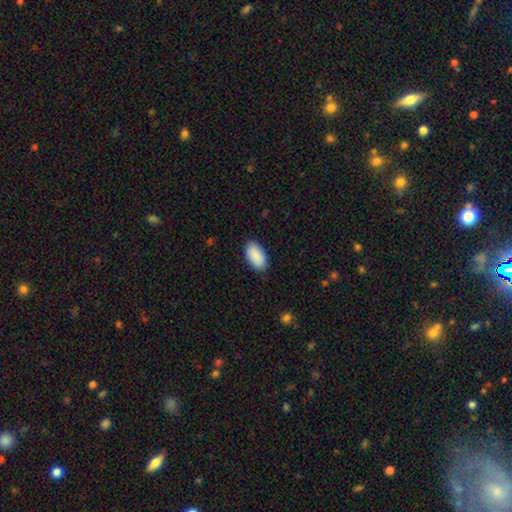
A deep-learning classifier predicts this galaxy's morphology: smooth_or_featured: smooth (p=0.91) [alt: star or artifact p=0.06]
how_rounded: in between (p=0.96) [alt: round p=0.03]
merging: none (p=0.87) [alt: minor disturbance p=0.10]